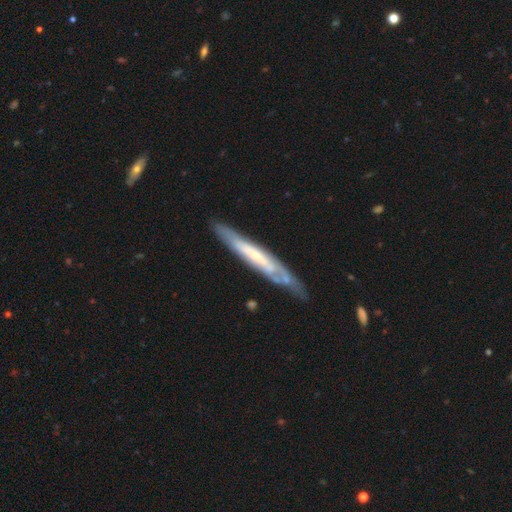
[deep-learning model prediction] Smooth or featured? Predicted: featured or disk (p=0.65). Edge-on disk? Predicted: yes (p=0.69). Merging? Predicted: none (p=0.68).